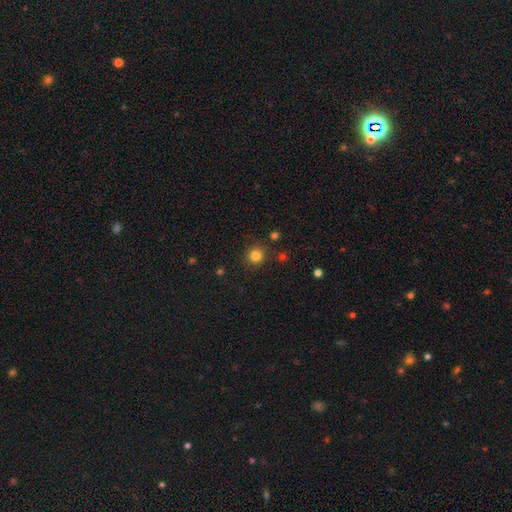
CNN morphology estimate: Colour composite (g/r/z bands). It shows a smooth galaxy with no disk features (82%) that is round (92%). Merging: none (88%).